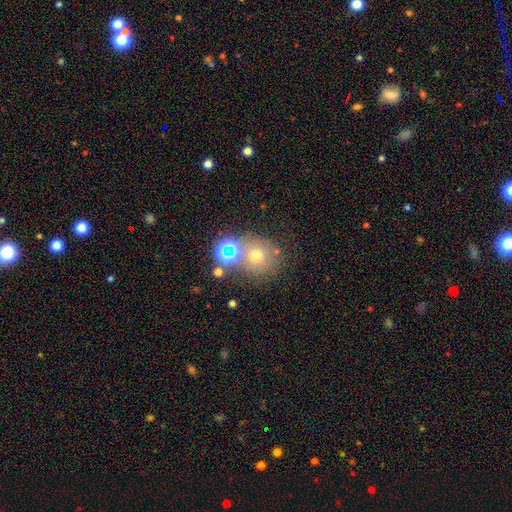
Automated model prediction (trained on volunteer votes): Morphology: type=smooth (59%); roundness=round (85%); merging=none (60%).